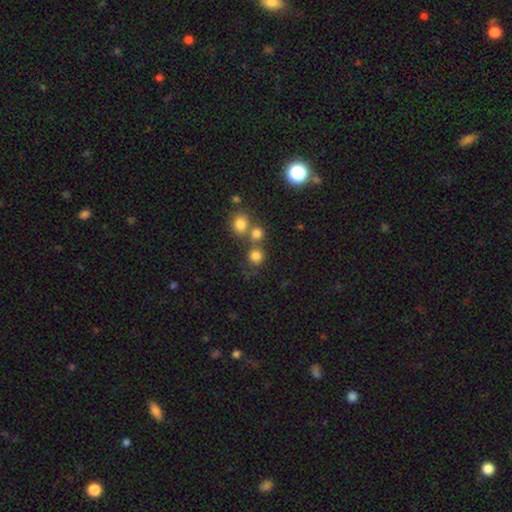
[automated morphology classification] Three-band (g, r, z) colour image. It shows a smooth galaxy with no disk features (78%) that is round (90%). Merging: none (61%).